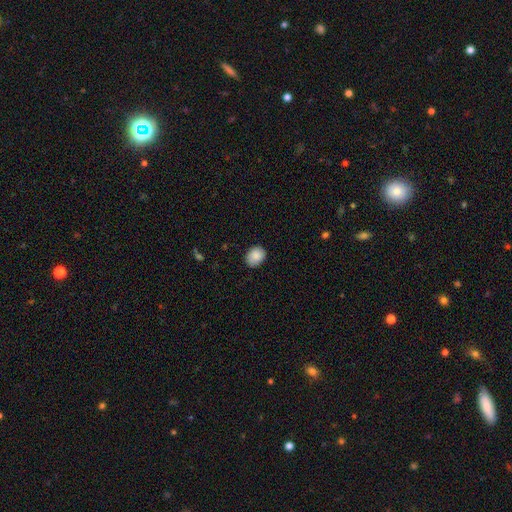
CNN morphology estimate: type=smooth (88%); roundness=in between (52%); merging=none (80%).